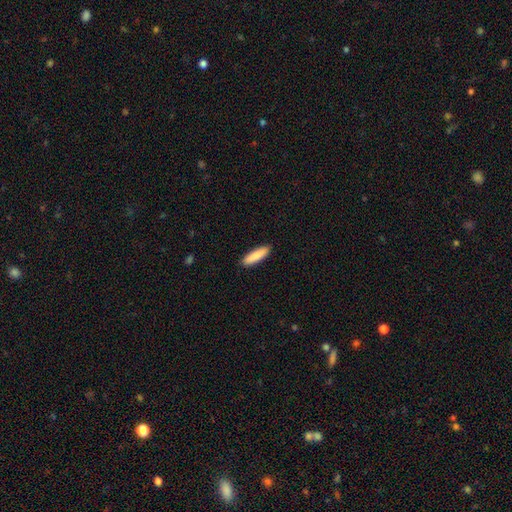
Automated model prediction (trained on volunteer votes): smooth_or_featured: smooth (p=0.88) [alt: featured or disk p=0.07]
how_rounded: cigar-shaped (p=0.67) [alt: in between p=0.31]
merging: none (p=0.91) [alt: minor disturbance p=0.07]